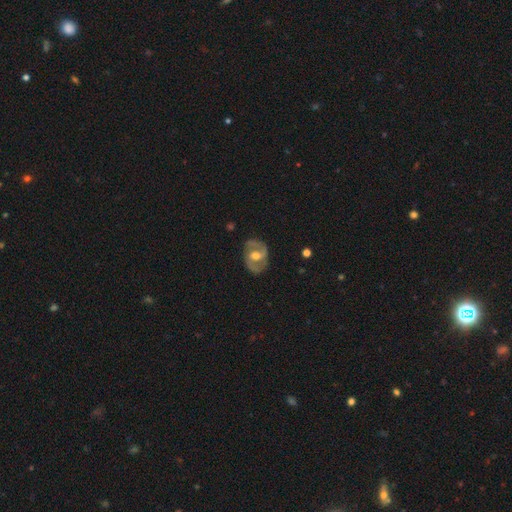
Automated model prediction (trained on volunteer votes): Overall: featured or disk (80%). Edge-on disk: no (97%). Bar: weak (48%; no 30%). Spiral arms: yes (87%). Spiral arm count: 2 (88%). Spiral winding: medium (54%; loose 23%). Bulge size: moderate (70%). Merging: none (76%).